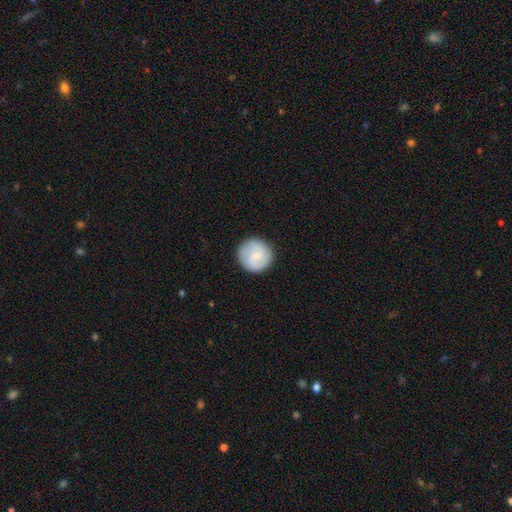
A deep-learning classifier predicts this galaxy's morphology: Smooth or featured? Predicted: smooth (p=0.64). How rounded? Predicted: round (p=0.95). Merging? Predicted: none (p=0.87).